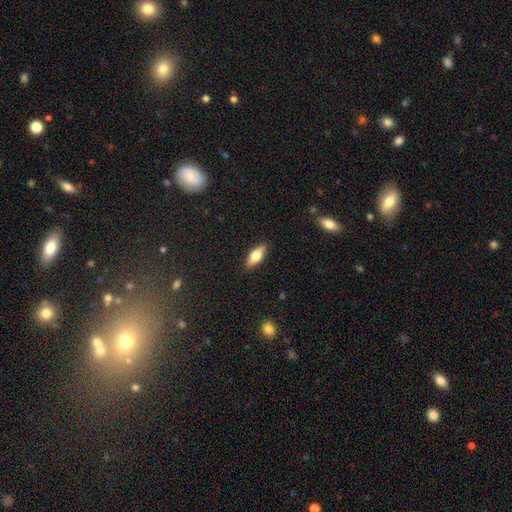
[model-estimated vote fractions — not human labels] Q: Smooth or featured?
A: smooth (60%); runner-up: featured or disk (33%)
Q: How rounded?
A: in between (68%); runner-up: cigar-shaped (29%)
Q: Merging?
A: none (88%); runner-up: minor disturbance (9%)